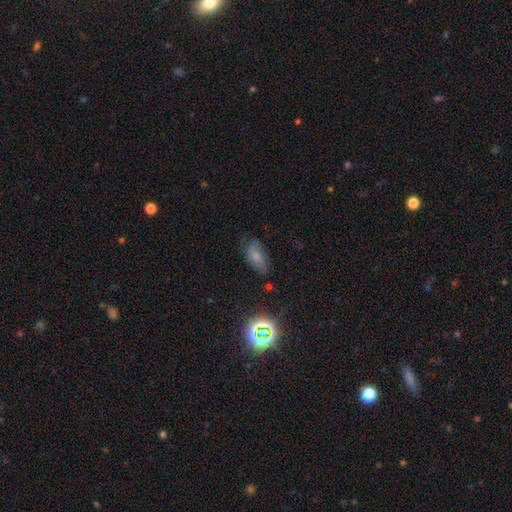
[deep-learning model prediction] A smooth galaxy with no disk features (59%) that is in between round and cigar-shaped (84%).

Vote fractions:
- Smooth or featured? smooth: 59% / featured or disk: 23% / star or artifact: 19%
- How rounded? in between: 84% / cigar-shaped: 11% / round: 6%
- Merging? none: 56% / minor disturbance: 30% / major disturbance: 12% / merger: 3%